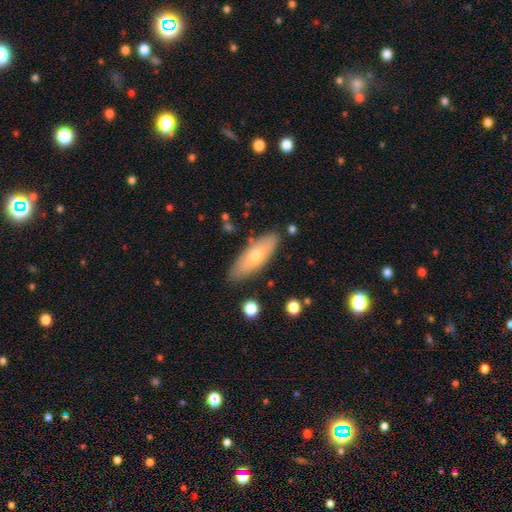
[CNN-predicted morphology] type=smooth (64%); roundness=in between (63%); merging=none (82%).